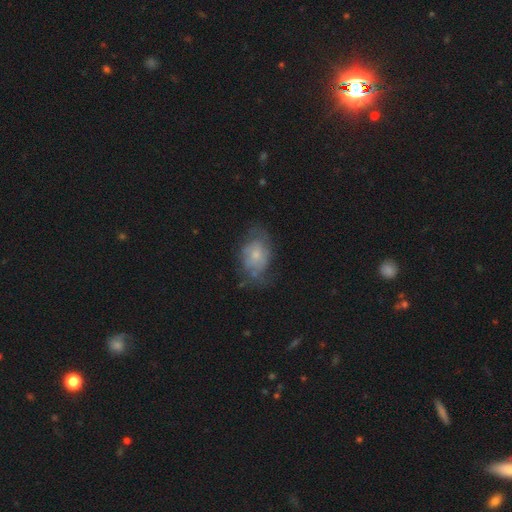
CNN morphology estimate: This appears to be a featured or disk galaxy (47%). Merging: none (50%).